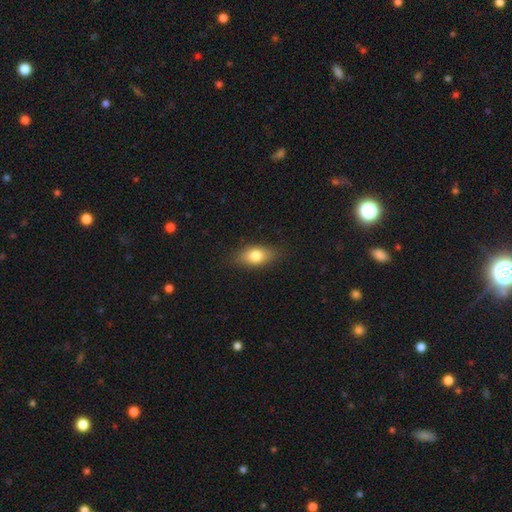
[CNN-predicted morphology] Smooth or featured? Predicted: smooth (p=0.79). How rounded? Predicted: in between (p=0.83). Merging? Predicted: none (p=0.84).